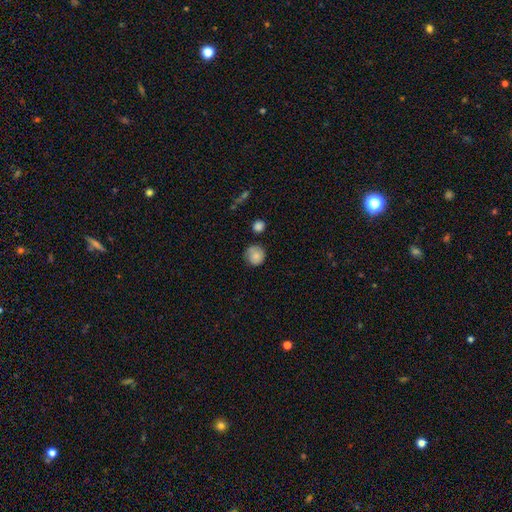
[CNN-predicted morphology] Smooth or featured?
  - smooth: 80% *
  - featured or disk: 11%
  - star or artifact: 9%
How rounded?
  - round: 89% *
  - in between: 10%
  - cigar-shaped: 1%
Merging?
  - none: 69% *
  - minor disturbance: 23%
  - major disturbance: 5%
  - merger: 3%